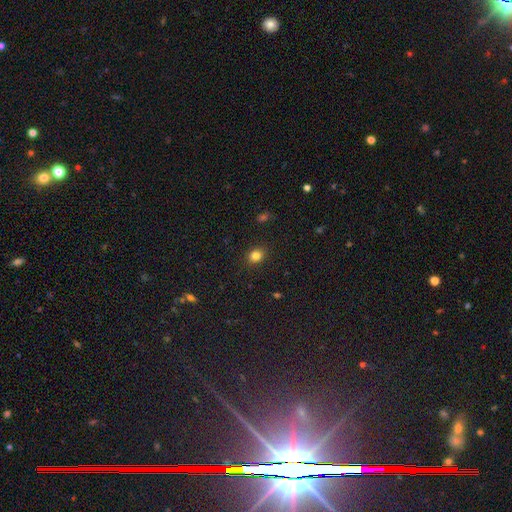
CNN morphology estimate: This appears to be a smooth galaxy with no disk features (82%) that is round (63%). Merging: none (89%).